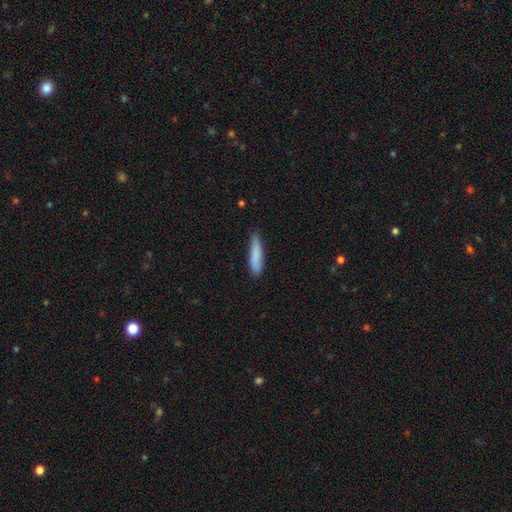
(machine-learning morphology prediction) The model was most divided on "merging": none: 80%, minor disturbance: 17%, major disturbance: 2%, merger: 1%. More confident: smooth or featured — smooth (85%); how rounded — cigar-shaped (82%).